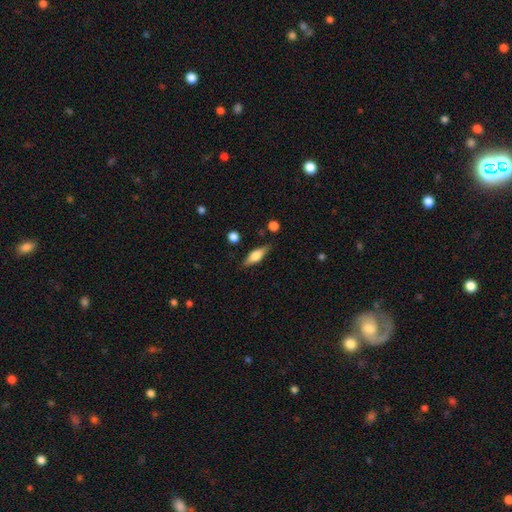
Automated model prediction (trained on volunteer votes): Smooth or featured?
  - smooth: 53% *
  - featured or disk: 40%
  - star or artifact: 7%
How rounded?
  - in between: 57% *
  - cigar-shaped: 39%
  - round: 4%
Merging?
  - none: 82% *
  - minor disturbance: 12%
  - major disturbance: 3%
  - merger: 2%